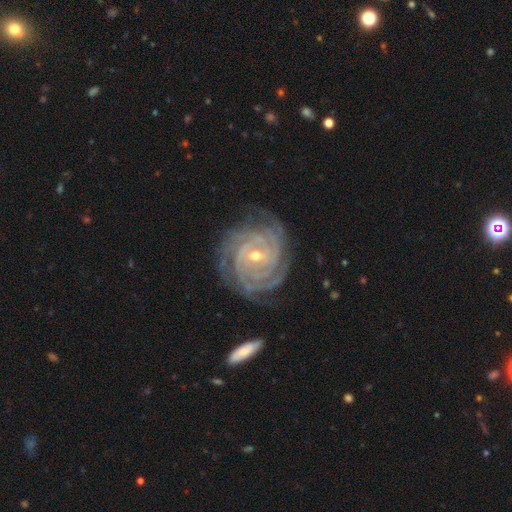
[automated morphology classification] The model was most divided on "bar": no: 44%, weak: 37%, strong: 18%. Remaining: spiral arms — yes (99%); edge-on disk — no (97%); smooth or featured — featured or disk (92%); spiral winding — tight (84%); merging — none (77%); bulge size — small (58%); spiral arm count — 4 (32%).